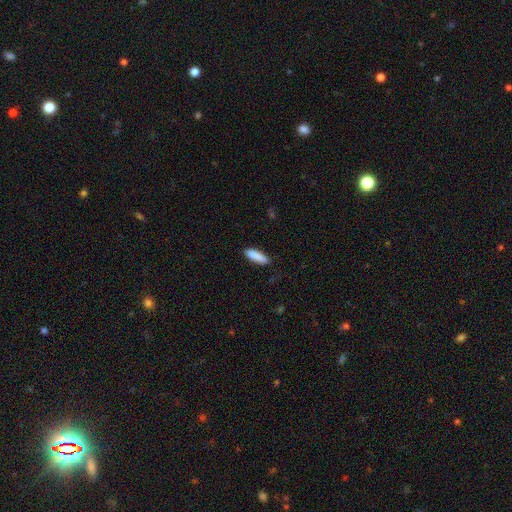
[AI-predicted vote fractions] Morphology: type=smooth (88%); roundness=cigar-shaped (64%); merging=none (86%).